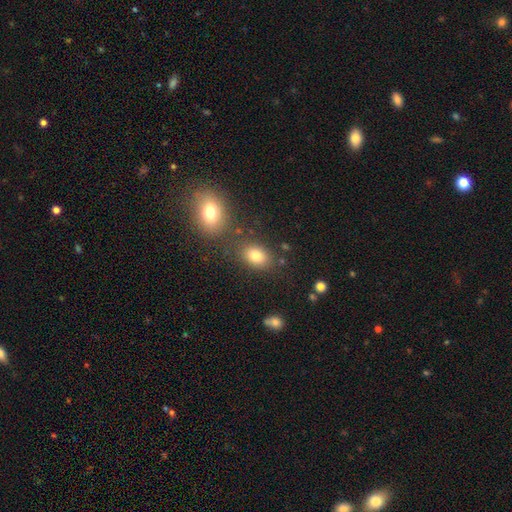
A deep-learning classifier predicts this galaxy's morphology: A smooth galaxy with no disk features (80%) that is in between round and cigar-shaped (74%).

Vote fractions:
- Smooth or featured? smooth: 80% / star or artifact: 11% / featured or disk: 9%
- How rounded? in between: 74% / round: 24% / cigar-shaped: 1%
- Merging? none: 75% / minor disturbance: 12% / merger: 9% / major disturbance: 4%